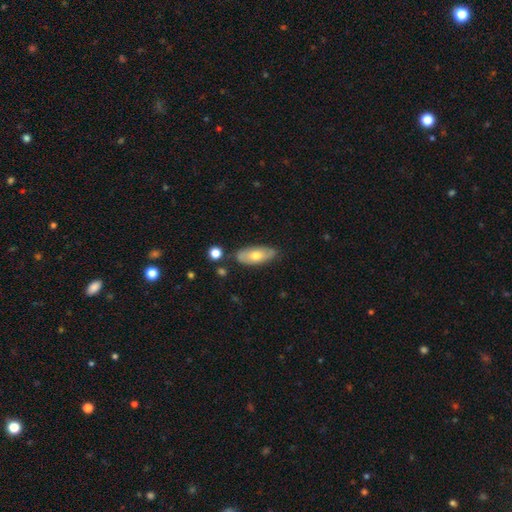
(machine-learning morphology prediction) A smooth galaxy with no disk features (62%) that is in between round and cigar-shaped (84%).

Vote fractions:
- Smooth or featured? smooth: 62% / featured or disk: 32% / star or artifact: 6%
- How rounded? in between: 84% / cigar-shaped: 13% / round: 3%
- Merging? none: 79% / minor disturbance: 14% / merger: 3% / major disturbance: 3%